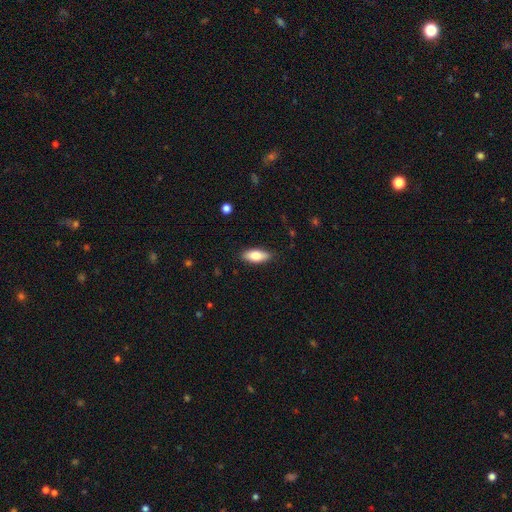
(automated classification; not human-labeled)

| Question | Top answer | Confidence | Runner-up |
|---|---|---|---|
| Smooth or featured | smooth | 77% | featured or disk (17%) |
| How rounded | in between | 79% | cigar-shaped (19%) |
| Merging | none | 86% | minor disturbance (11%) |